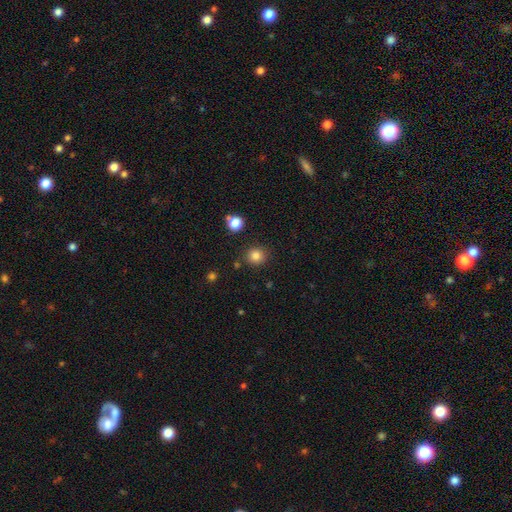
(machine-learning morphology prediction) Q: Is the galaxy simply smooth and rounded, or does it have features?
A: smooth — 83%.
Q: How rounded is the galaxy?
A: round — 88%.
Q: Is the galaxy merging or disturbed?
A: none — 87%.